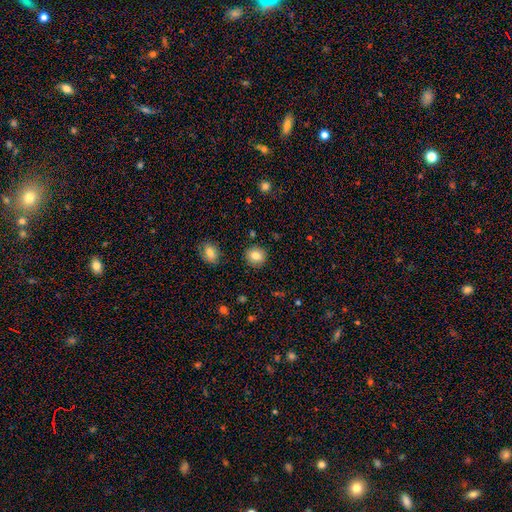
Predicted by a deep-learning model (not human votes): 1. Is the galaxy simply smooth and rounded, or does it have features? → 82% smooth, 10% star or artifact, 9% featured or disk.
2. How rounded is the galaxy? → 87% round, 12% in between, 1% cigar-shaped.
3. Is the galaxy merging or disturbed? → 89% none, 7% minor disturbance, 2% major disturbance, 2% merger.